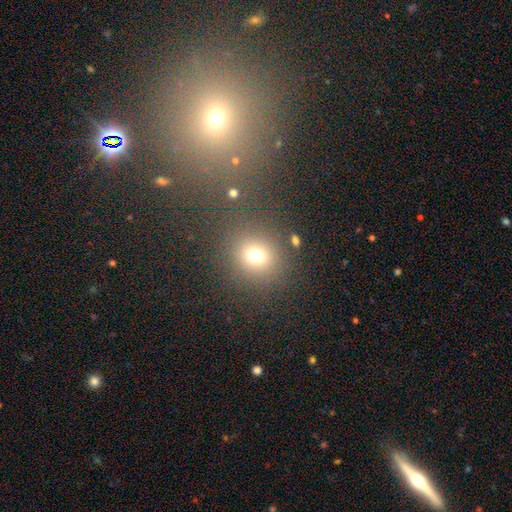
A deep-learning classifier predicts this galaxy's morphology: This appears to be a smooth galaxy with no disk features (73%) that is round (83%). Merging: none (79%).